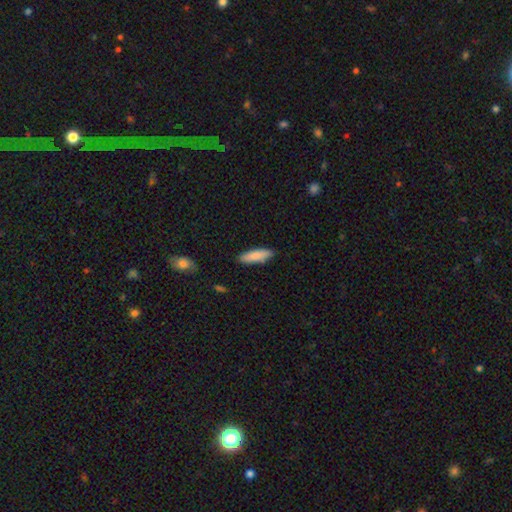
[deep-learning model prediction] Smooth or featured? Predicted: smooth (p=0.85). How rounded? Predicted: cigar-shaped (p=0.56). Merging? Predicted: none (p=0.87).